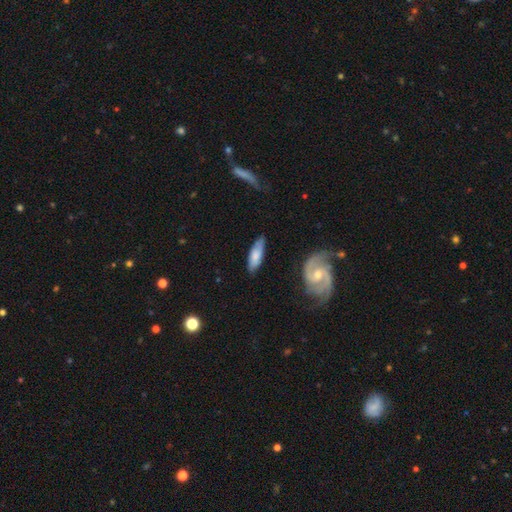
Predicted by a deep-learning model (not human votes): Morphology: type=smooth (67%); roundness=in between (58%); merging=none (74%).